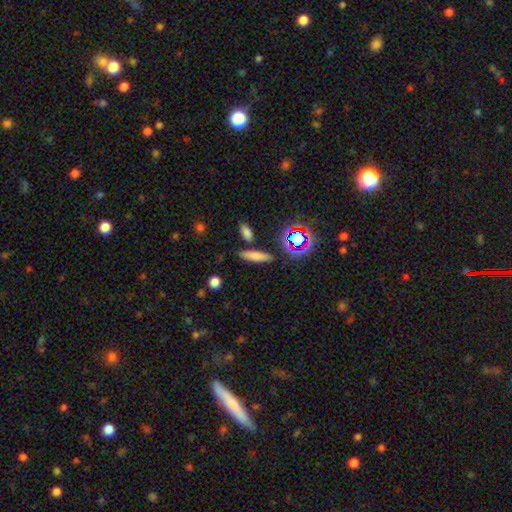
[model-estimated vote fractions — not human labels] Morphology: type=smooth (73%); roundness=cigar-shaped (69%); merging=none (81%).